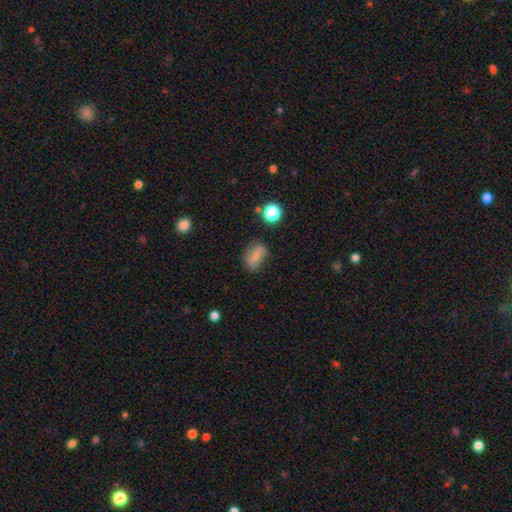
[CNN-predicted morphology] Smooth or featured?
  - featured or disk: 50% *
  - smooth: 38%
  - star or artifact: 11%
Edge-on disk?
  - no: 96% *
  - yes: 4%
Merging?
  - none: 65% *
  - minor disturbance: 23%
  - major disturbance: 10%
  - merger: 3%